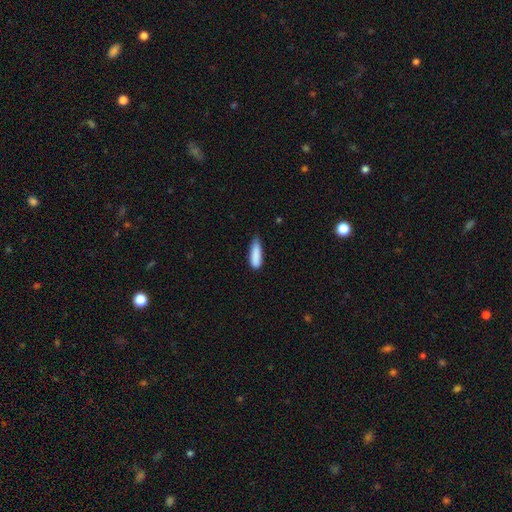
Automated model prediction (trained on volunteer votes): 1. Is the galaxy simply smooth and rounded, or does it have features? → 88% smooth, 7% star or artifact, 5% featured or disk.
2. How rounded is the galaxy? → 54% cigar-shaped, 44% in between, 2% round.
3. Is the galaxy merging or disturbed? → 61% none, 33% minor disturbance, 5% major disturbance, 2% merger.